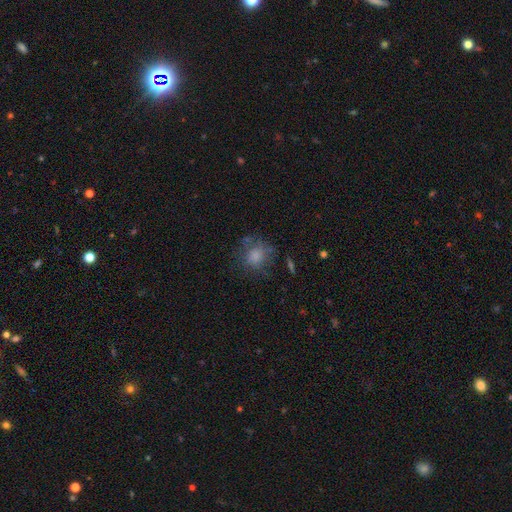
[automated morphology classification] The model was most divided on "merging": none: 61%, minor disturbance: 21%, major disturbance: 14%, merger: 4%. More confident: how rounded — round (78%); smooth or featured — smooth (73%).